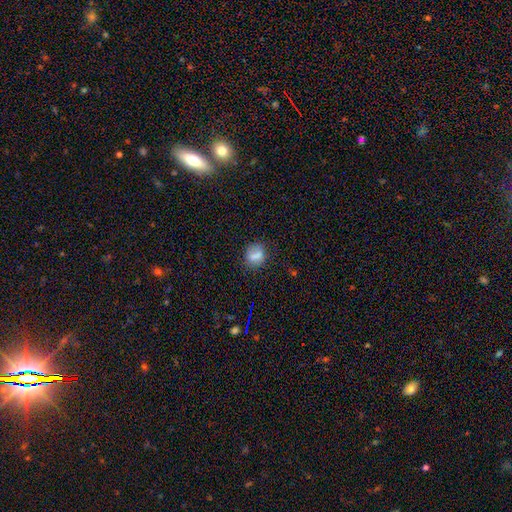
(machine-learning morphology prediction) Smooth or featured?
  - smooth: 71% *
  - featured or disk: 16%
  - star or artifact: 13%
How rounded?
  - round: 62% *
  - in between: 35%
  - cigar-shaped: 4%
Merging?
  - none: 77% *
  - minor disturbance: 15%
  - major disturbance: 5%
  - merger: 3%